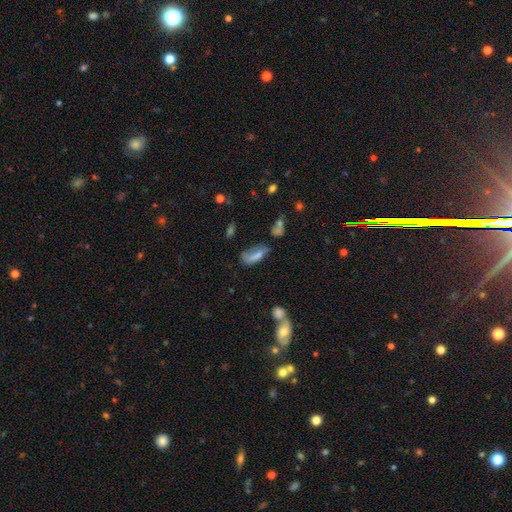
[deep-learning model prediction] Smooth or featured? smooth (63%)
How rounded? in between (72%)
Merging? none (34%)